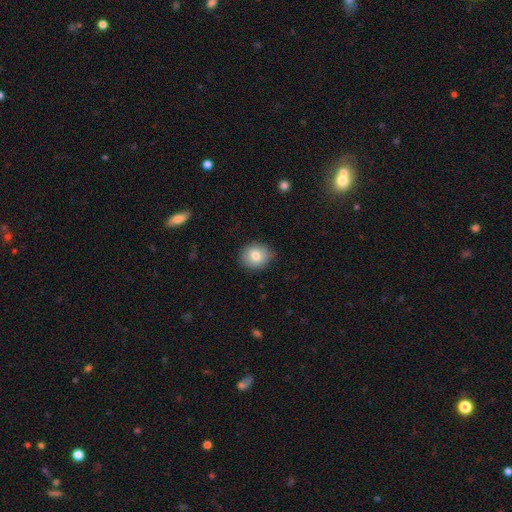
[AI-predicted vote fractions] This is clearly a smooth galaxy (81%). How rounded: likely round (74%). Merging: clearly none (83%).